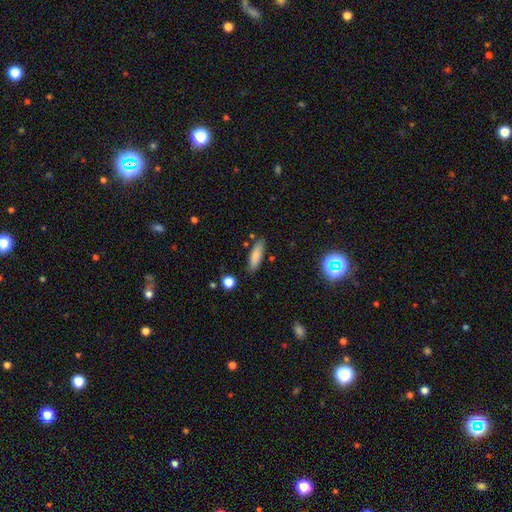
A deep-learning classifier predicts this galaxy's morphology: Q: Smooth or featured?
A: smooth (82%); runner-up: featured or disk (10%)
Q: How rounded?
A: cigar-shaped (50%); runner-up: in between (48%)
Q: Merging?
A: none (83%); runner-up: minor disturbance (12%)